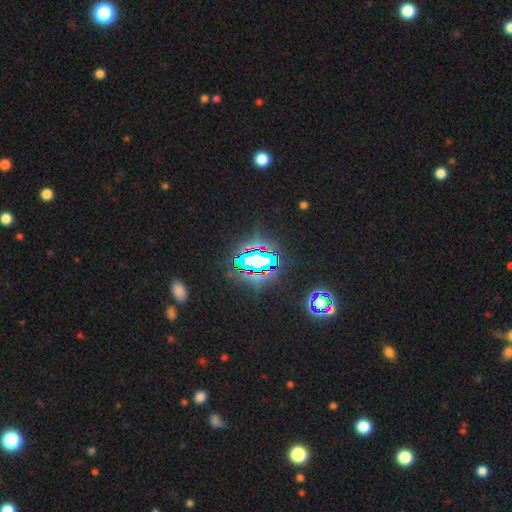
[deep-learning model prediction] smooth_or_featured: star or artifact (p=0.82) [alt: smooth p=0.11]